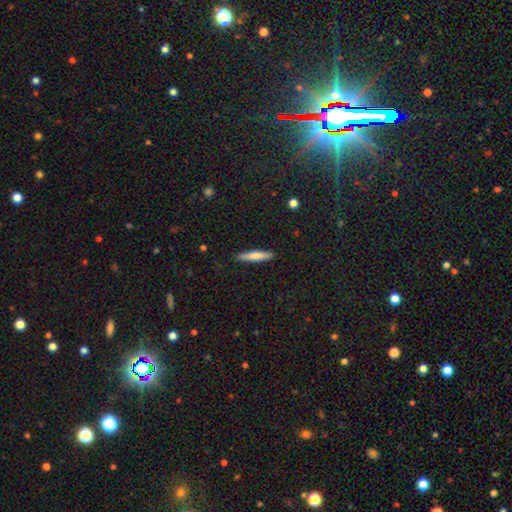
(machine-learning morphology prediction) Smooth or featured? smooth (73%)
How rounded? cigar-shaped (89%)
Merging? none (88%)